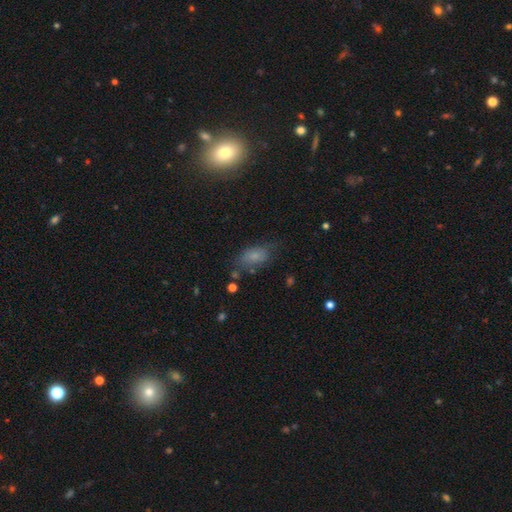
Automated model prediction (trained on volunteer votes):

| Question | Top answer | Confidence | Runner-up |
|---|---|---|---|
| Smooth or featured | smooth | 59% | star or artifact (21%) |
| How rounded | in between | 86% | round (9%) |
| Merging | none | 65% | minor disturbance (22%) |